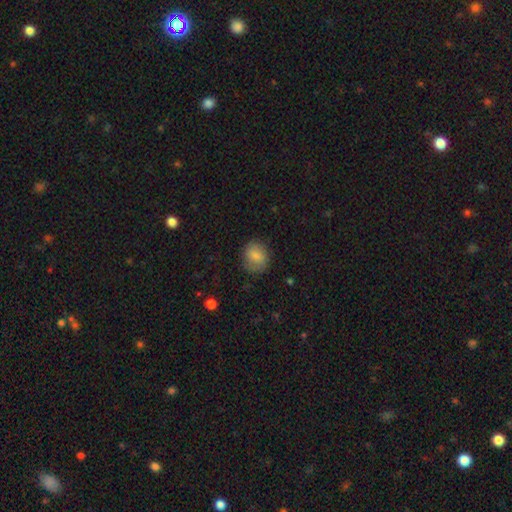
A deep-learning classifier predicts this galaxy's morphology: A smooth galaxy with no disk features (79%) that is round (65%).

Vote fractions:
- Smooth or featured? smooth: 79% / featured or disk: 11% / star or artifact: 9%
- How rounded? round: 65% / in between: 34% / cigar-shaped: 1%
- Merging? none: 79% / minor disturbance: 16% / major disturbance: 5% / merger: 1%